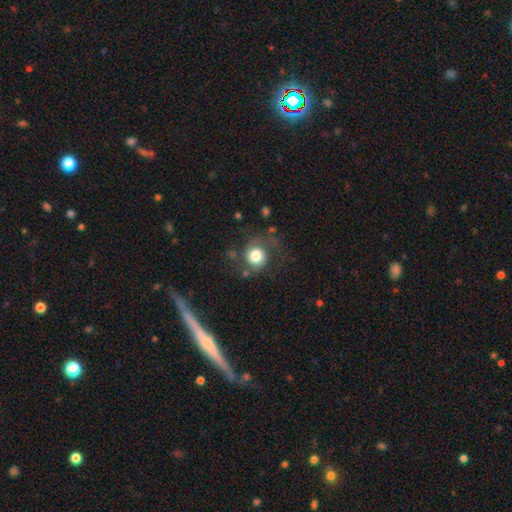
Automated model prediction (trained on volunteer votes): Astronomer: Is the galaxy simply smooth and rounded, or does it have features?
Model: smooth — 67%.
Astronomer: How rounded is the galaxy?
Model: round — 84%.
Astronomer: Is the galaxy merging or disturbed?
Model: none — 56%.